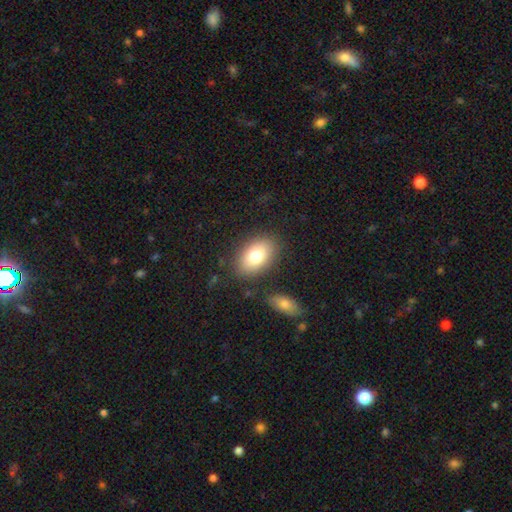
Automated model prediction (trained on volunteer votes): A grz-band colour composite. It shows a smooth galaxy with no disk features (78%) that is in between round and cigar-shaped (87%). Merging: none (83%).